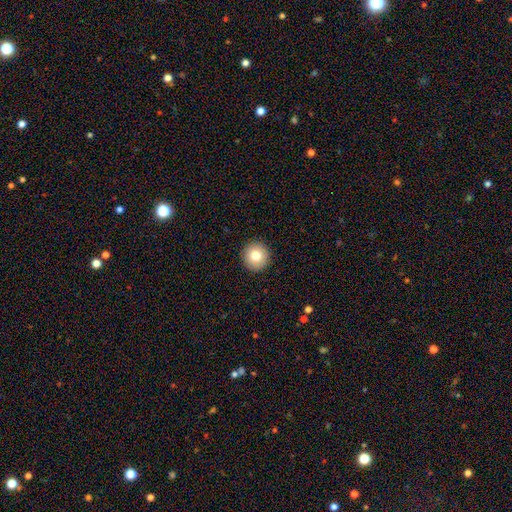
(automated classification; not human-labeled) This is likely a smooth galaxy (79%). How rounded: clearly round (95%). Merging: clearly none (93%).